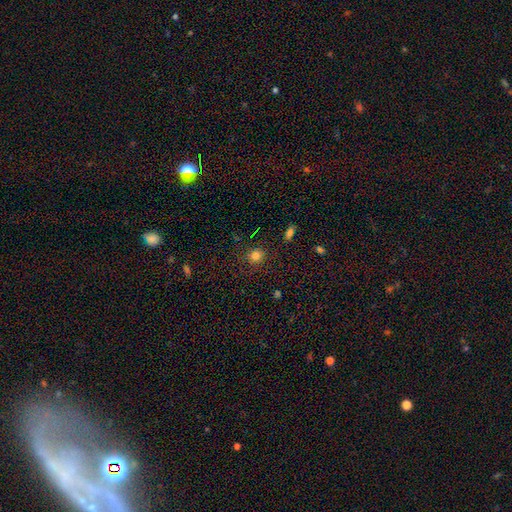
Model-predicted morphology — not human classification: Q: Smooth or featured?
A: smooth (80%); runner-up: star or artifact (14%)
Q: How rounded?
A: round (87%); runner-up: in between (12%)
Q: Merging?
A: none (84%); runner-up: minor disturbance (11%)